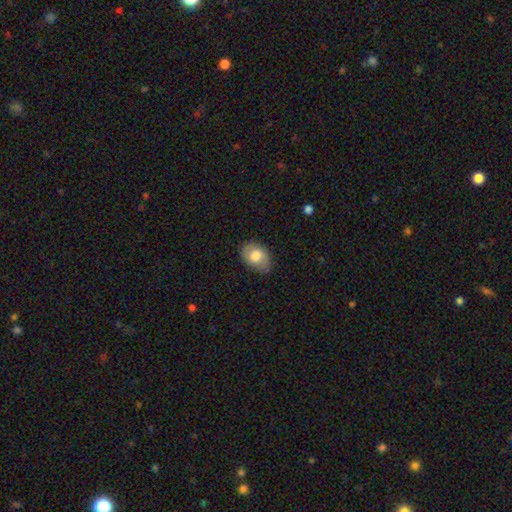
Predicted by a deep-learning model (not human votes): A smooth galaxy with no disk features (75%) that is in between round and cigar-shaped (81%).

Vote fractions:
- Smooth or featured? smooth: 75% / featured or disk: 18% / star or artifact: 7%
- How rounded? in between: 81% / round: 17% / cigar-shaped: 1%
- Merging? none: 69% / minor disturbance: 24% / major disturbance: 5% / merger: 1%